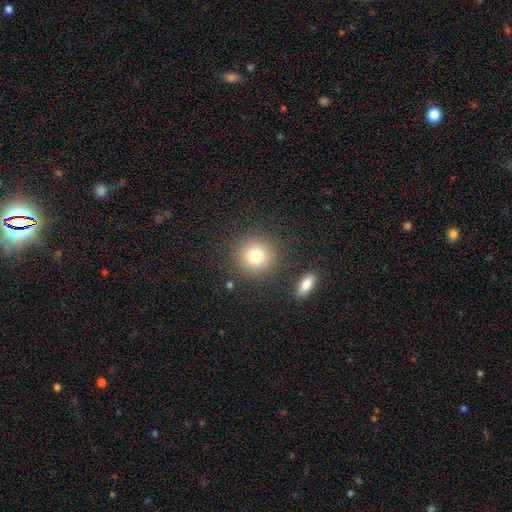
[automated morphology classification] smooth-or-featured: smooth: 78% | star or artifact: 12% | featured or disk: 10%
  how-rounded: round: 93% | in between: 6% | cigar-shaped: 1%
  merging: none: 86% | minor disturbance: 7% | merger: 4% | major disturbance: 3%